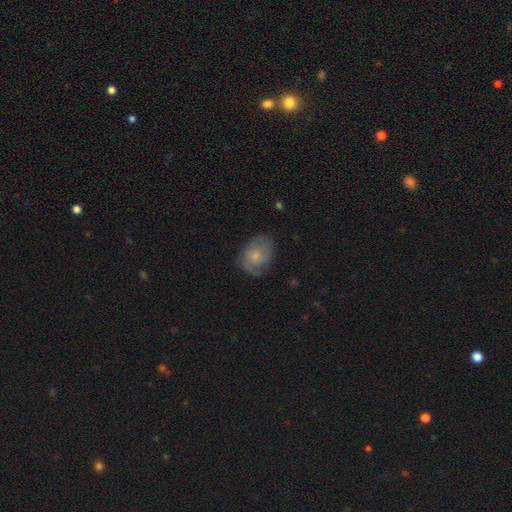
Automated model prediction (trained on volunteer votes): This appears to be a featured or disk galaxy (61%) with no bar (76%), 2 (48%) tight (46%) spiral arms (87%) and a small central bulge (63%). Merging: none (70%).